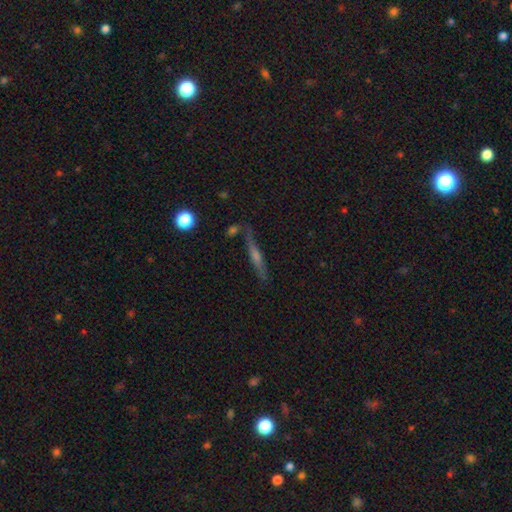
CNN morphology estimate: A featured or disk galaxy (61%) viewed edge-on (95%) with a rounded central bulge (66%). Merging: none (82%).